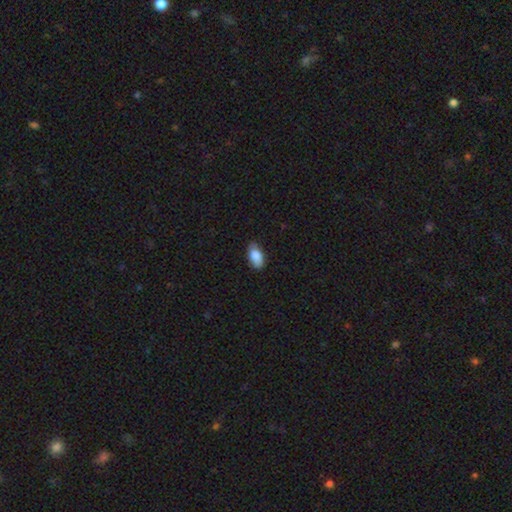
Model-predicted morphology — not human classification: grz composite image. It shows a smooth galaxy with no disk features (84%) that is in between round and cigar-shaped (92%). Merging: none (79%).